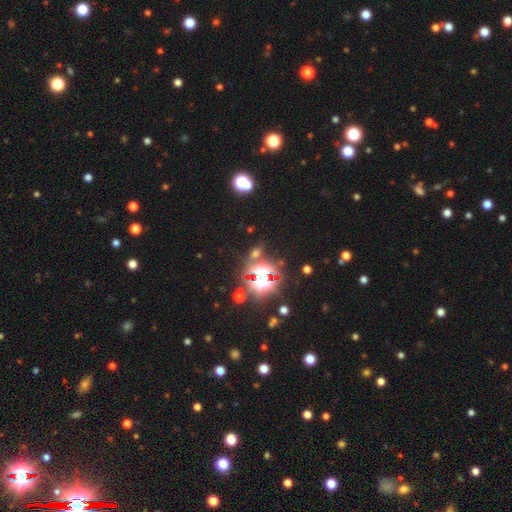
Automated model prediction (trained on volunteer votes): A star or artifact, not a galaxy (77%).